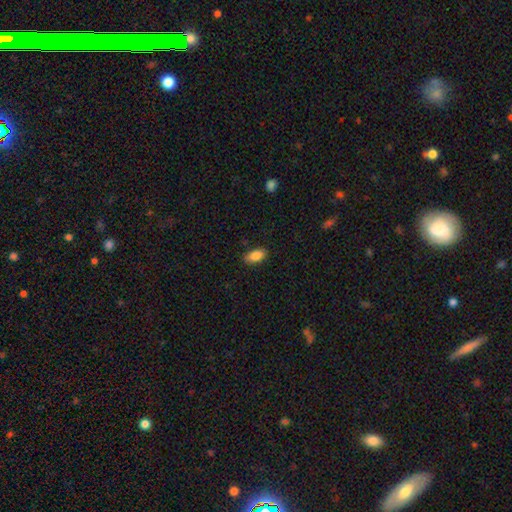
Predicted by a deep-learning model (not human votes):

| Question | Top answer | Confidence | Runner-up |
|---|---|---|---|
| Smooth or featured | smooth | 87% | star or artifact (7%) |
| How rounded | in between | 90% | cigar-shaped (6%) |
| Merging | none | 86% | minor disturbance (11%) |